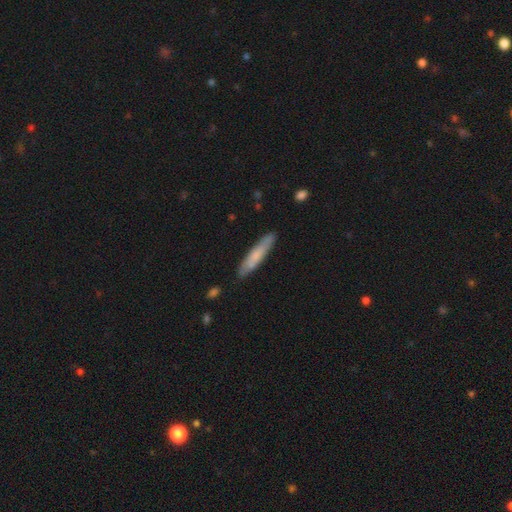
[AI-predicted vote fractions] Morphology: type=smooth (67%); roundness=cigar-shaped (87%); merging=none (85%).